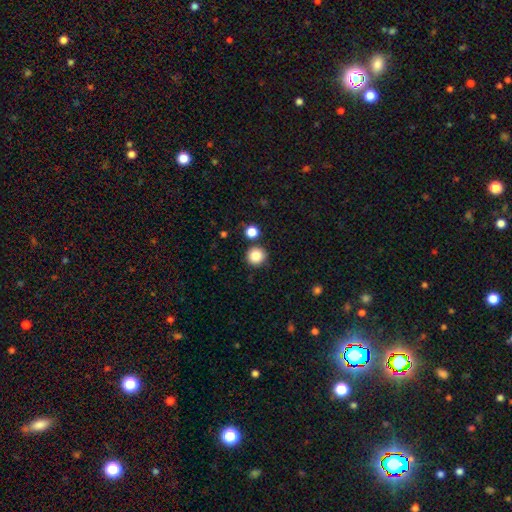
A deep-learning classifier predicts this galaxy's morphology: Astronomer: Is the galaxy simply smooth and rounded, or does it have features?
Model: smooth — 85%.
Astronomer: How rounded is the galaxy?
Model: round — 94%.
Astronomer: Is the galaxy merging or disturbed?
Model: none — 86%.